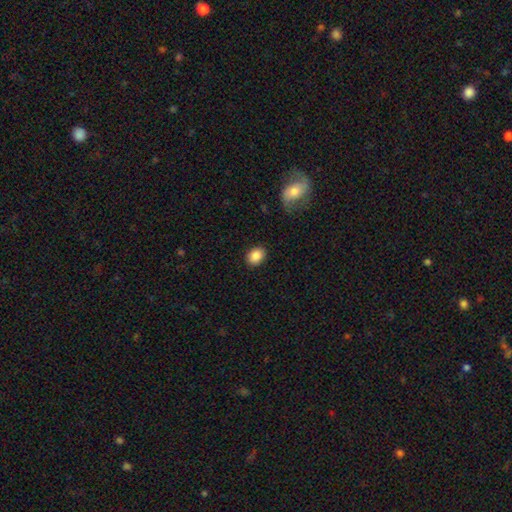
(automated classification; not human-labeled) Overall: smooth (88%). How rounded: in between (70%). Merging: none (88%).